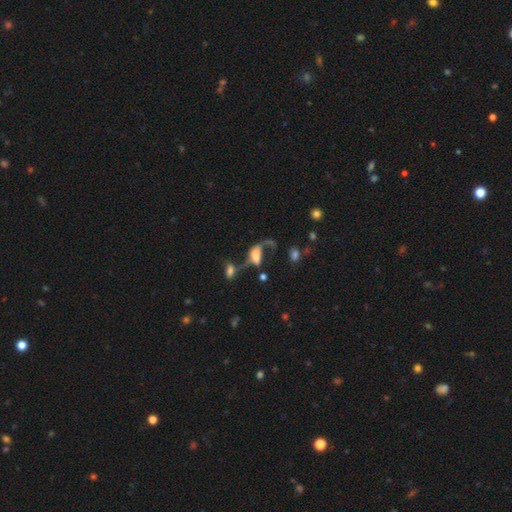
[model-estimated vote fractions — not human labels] smooth-or-featured: featured or disk: 57% | smooth: 30% | star or artifact: 13%
  disk-edge-on: no: 89% | yes: 11%
    bar: no: 47% | weak: 33% | strong: 20%
    has-spiral-arms: yes: 76% | no: 24%
    bulge-size: moderate: 27% | large: 25% | none: 20% | small: 20% | dominant: 7%
  merging: merger: 34% | major disturbance: 27% | none: 27% | minor disturbance: 12%